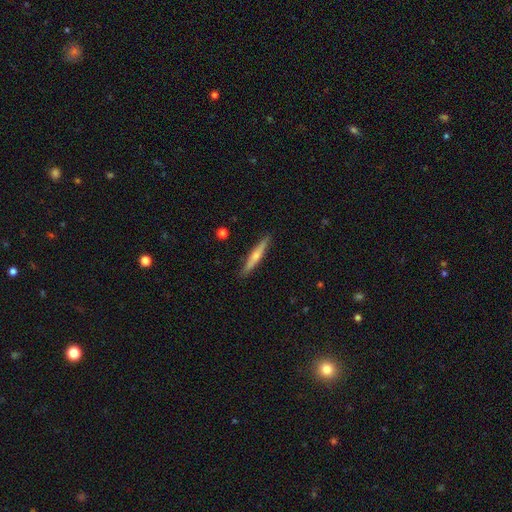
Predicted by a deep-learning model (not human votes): This is possibly a featured or disk galaxy (48%). Merging: clearly none (89%).